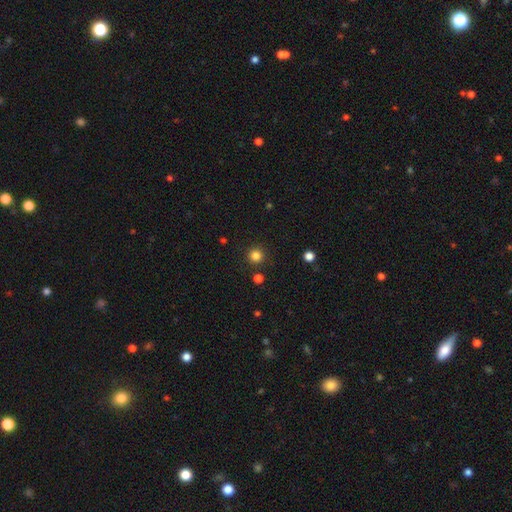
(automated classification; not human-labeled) A smooth galaxy with no disk features (83%) that is round (95%). Merging: none (90%).